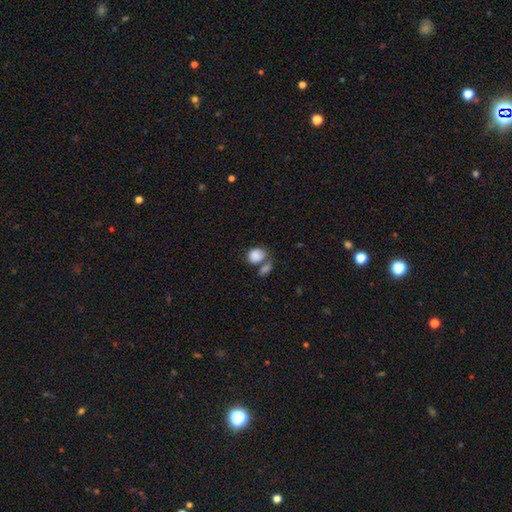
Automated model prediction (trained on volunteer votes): smooth 85%, star or artifact 8%, featured or disk 7%. Down the decision tree: how rounded — in between (54%); merging — merger (44%).